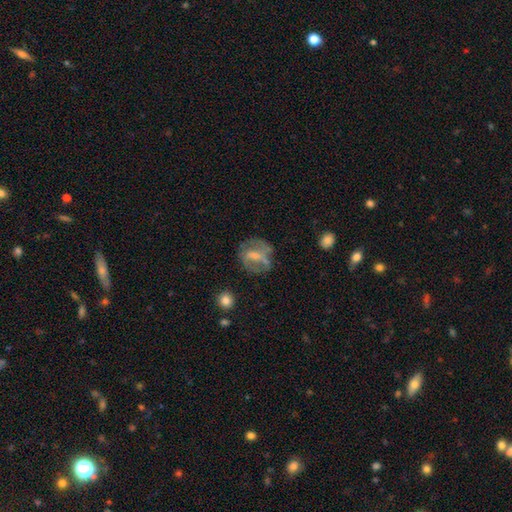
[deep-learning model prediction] Smooth or featured? Predicted: featured or disk (p=0.55). Edge-on disk? Predicted: no (p=0.94). Bar? Predicted: weak (p=0.40). Spiral arms? Predicted: no (p=0.54). Bulge size? Predicted: moderate (p=0.36, tied with small). Merging? Predicted: none (p=0.59).